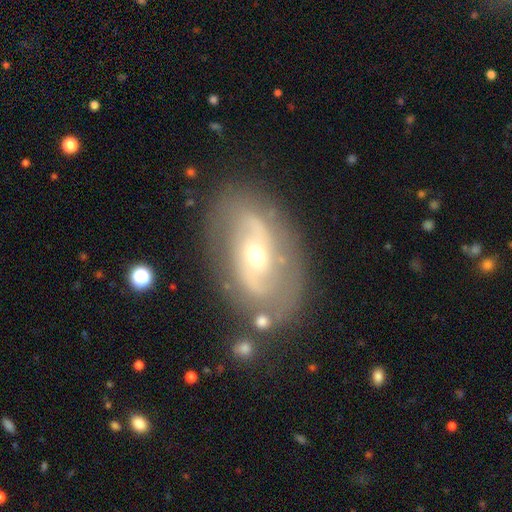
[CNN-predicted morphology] smooth-or-featured: featured or disk: 79% | smooth: 14% | star or artifact: 7%
  disk-edge-on: no: 95% | yes: 5%
    bar: no: 45% | weak: 37% | strong: 18%
    has-spiral-arms: yes: 85% | no: 15%
      spiral-winding: medium: 45% | loose: 30% | tight: 25%
      spiral-arm-count: 2: 85% | can't tell: 8% | 1: 3% | 3: 2% | 4: 1% | more than 4: 1%
    bulge-size: moderate: 51% | small: 44% | large: 3% | dominant: 1% | none: 1%
  merging: none: 75% | minor disturbance: 14% | major disturbance: 7% | merger: 4%